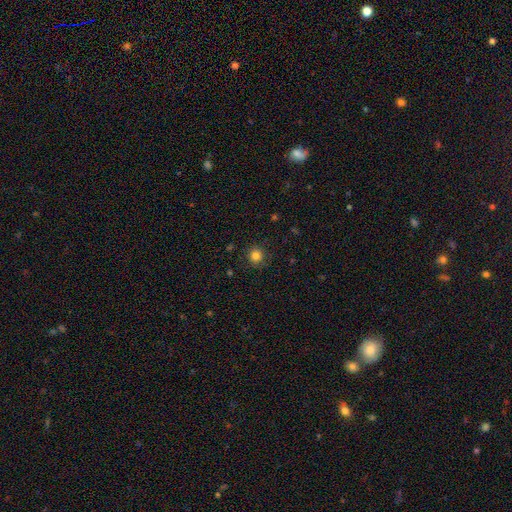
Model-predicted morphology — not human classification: Smooth or featured? Predicted: smooth (p=0.82). How rounded? Predicted: round (p=0.92). Merging? Predicted: none (p=0.86).